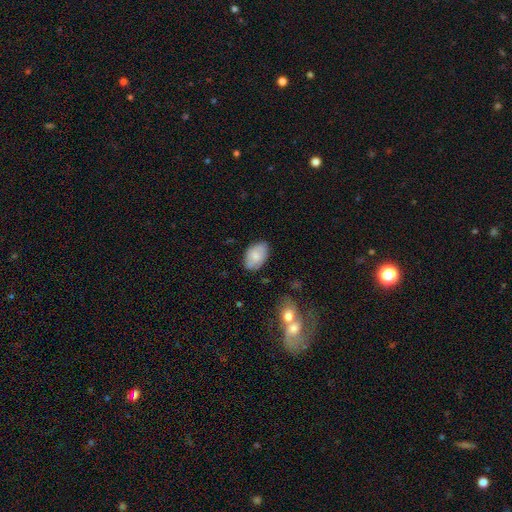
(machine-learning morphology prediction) A smooth galaxy with no disk features (72%) that is in between round and cigar-shaped (89%). Merging: none (77%).